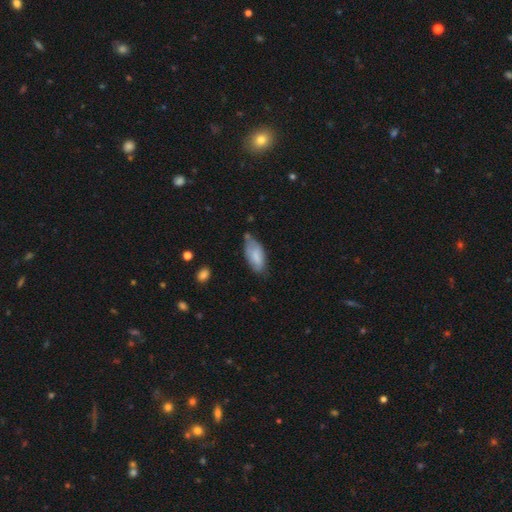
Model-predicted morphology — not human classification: This appears to be a smooth galaxy with no disk features (76%) that is in between round and cigar-shaped (88%). Merging: none (45%).